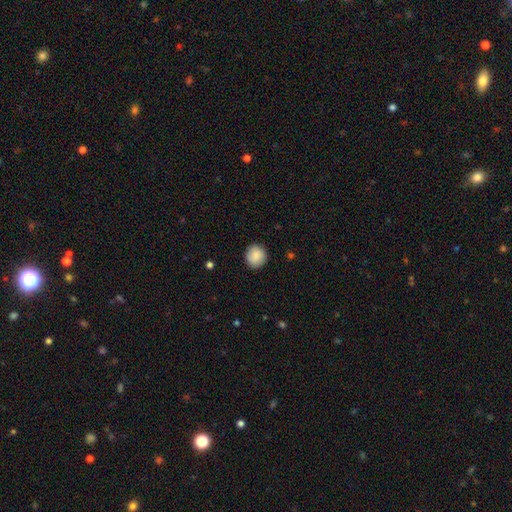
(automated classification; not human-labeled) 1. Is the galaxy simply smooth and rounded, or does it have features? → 87% smooth, 8% star or artifact, 5% featured or disk.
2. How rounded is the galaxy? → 90% round, 9% in between, 1% cigar-shaped.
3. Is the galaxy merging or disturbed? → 87% none, 9% minor disturbance, 2% major disturbance, 1% merger.